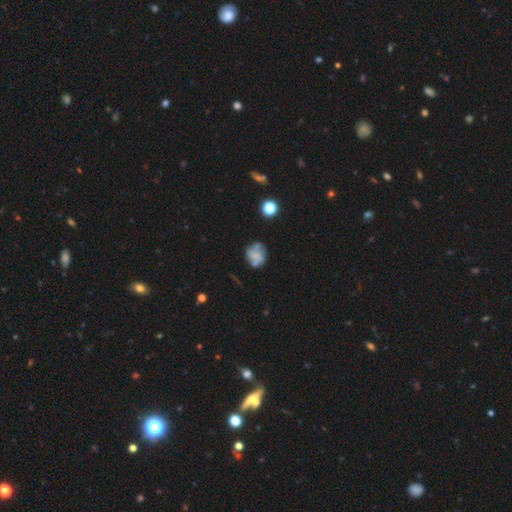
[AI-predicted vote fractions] smooth_or_featured: featured or disk (p=0.50) [alt: smooth p=0.37]
merging: none (p=0.52) [alt: minor disturbance p=0.22]